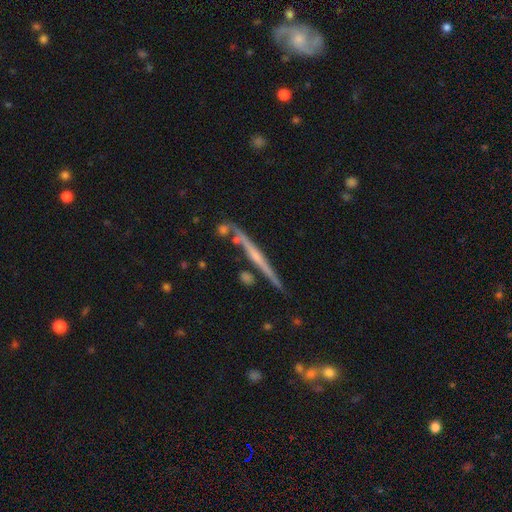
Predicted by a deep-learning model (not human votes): smooth-or-featured: featured or disk: 69% | smooth: 21% | star or artifact: 11%
  disk-edge-on: yes: 95% | no: 5%
    edge-on-bulge: none: 46% | rounded: 44% | boxy: 9%
  merging: none: 77% | minor disturbance: 13% | merger: 6% | major disturbance: 4%